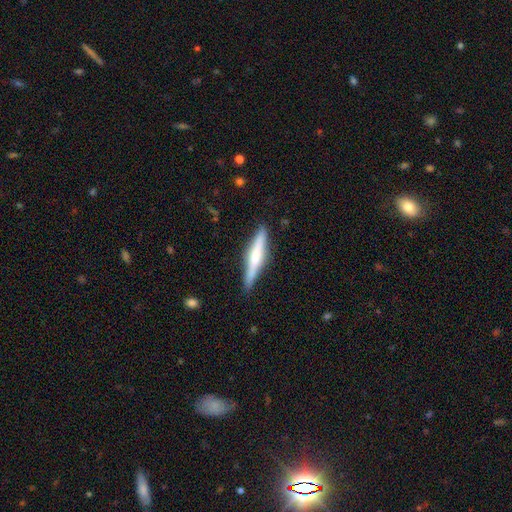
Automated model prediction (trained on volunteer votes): This appears to be a featured or disk galaxy (54%) viewed edge-on (97%) with a rounded central bulge (57%). Merging: none (87%).